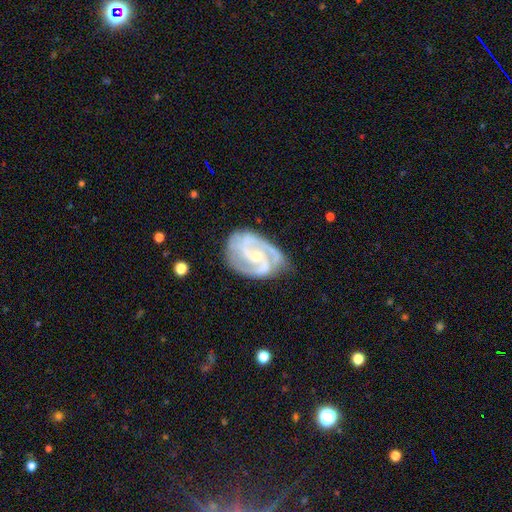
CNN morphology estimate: type=featured or disk (90%); edge-on=no (98%); bar=no (44%); spiral arms=yes (98%); winding=medium (50%); arm count=2 (66%); bulge=small (61%); merging=none (67%).